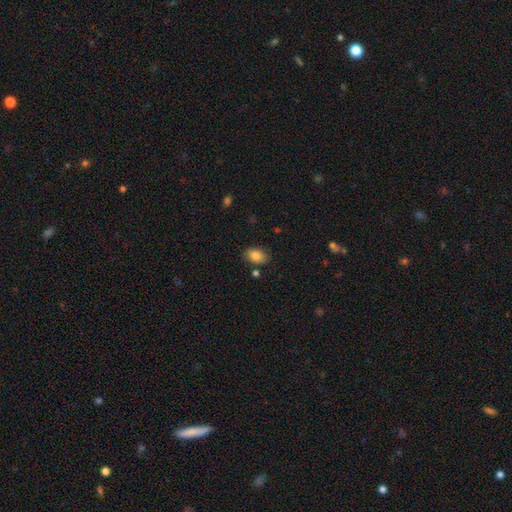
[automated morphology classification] Smooth or featured?
  - smooth: 84% *
  - star or artifact: 8%
  - featured or disk: 8%
How rounded?
  - in between: 85% *
  - round: 14%
  - cigar-shaped: 1%
Merging?
  - none: 81% *
  - minor disturbance: 13%
  - merger: 4%
  - major disturbance: 3%